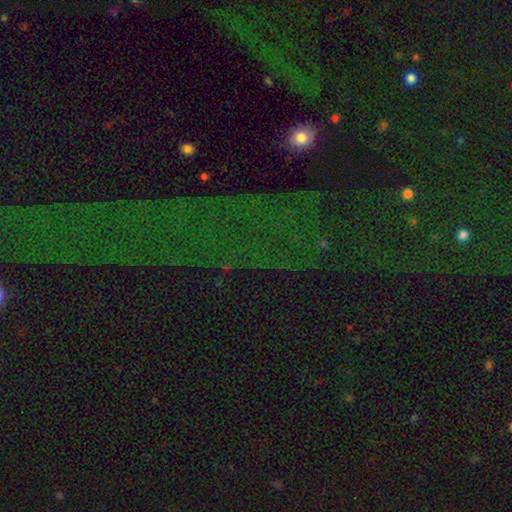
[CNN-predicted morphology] Smooth or featured?
  - star or artifact: 74% *
  - smooth: 14%
  - featured or disk: 12%